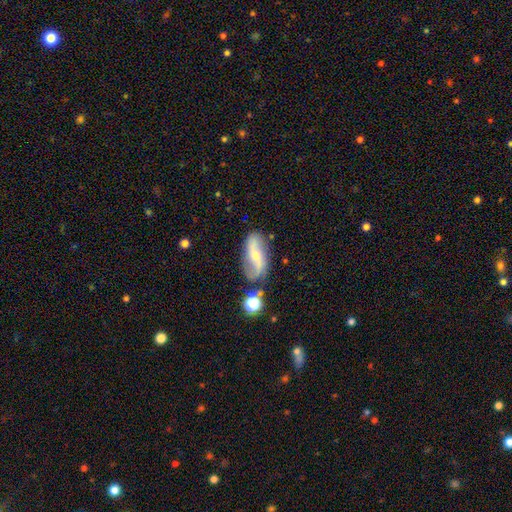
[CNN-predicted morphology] This appears to be a featured or disk galaxy (75%) with no bar (43%), 2 (89%) loose (76%) spiral arms (92%) and a small central bulge (61%). Merging: none (69%).